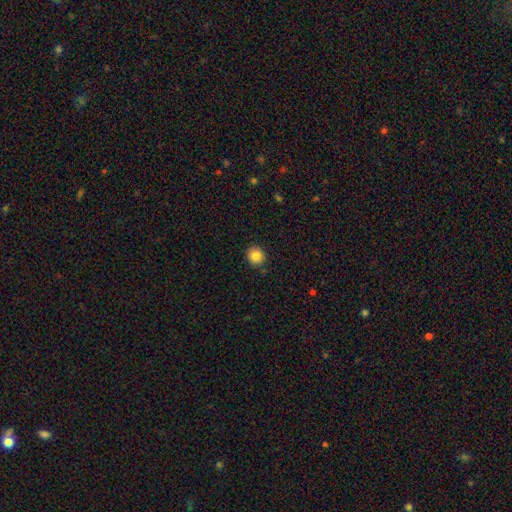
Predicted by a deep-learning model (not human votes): smooth-or-featured: smooth: 86% | star or artifact: 10% | featured or disk: 4%
  how-rounded: round: 89% | in between: 10% | cigar-shaped: 1%
  merging: none: 89% | minor disturbance: 8% | major disturbance: 2% | merger: 1%